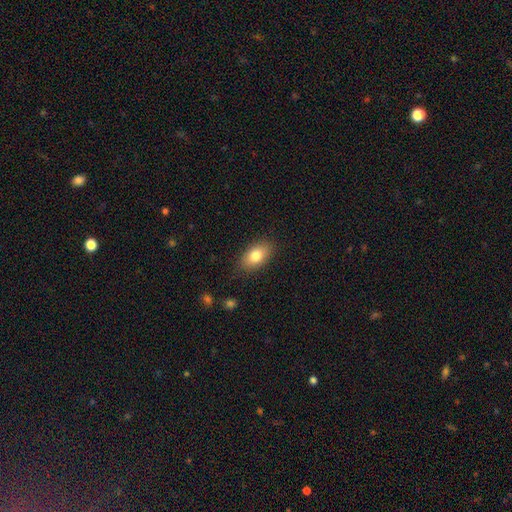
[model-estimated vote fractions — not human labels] A smooth galaxy with no disk features (80%) that is in between round and cigar-shaped (90%).

Vote fractions:
- Smooth or featured? smooth: 80% / featured or disk: 13% / star or artifact: 7%
- How rounded? in between: 90% / round: 8% / cigar-shaped: 2%
- Merging? none: 84% / minor disturbance: 12% / major disturbance: 3% / merger: 1%